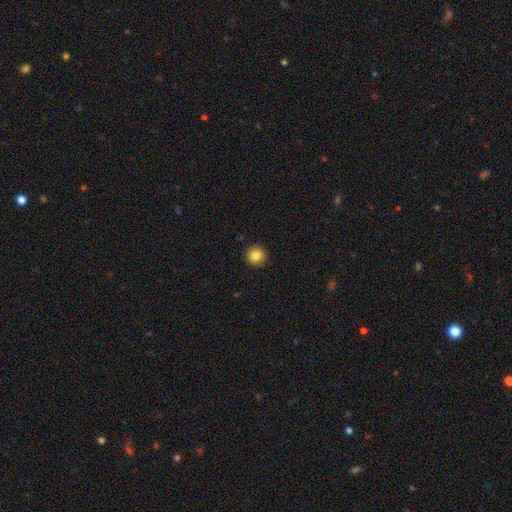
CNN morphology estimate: smooth-or-featured: smooth: 84% | star or artifact: 10% | featured or disk: 6%
  how-rounded: round: 93% | in between: 6% | cigar-shaped: 1%
  merging: none: 91% | minor disturbance: 6% | major disturbance: 2% | merger: 1%